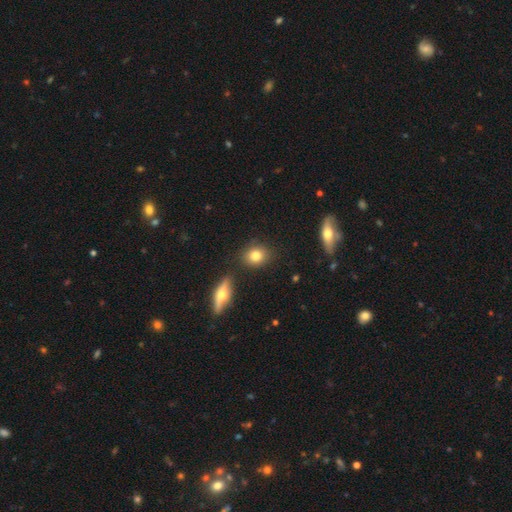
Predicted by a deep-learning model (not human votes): The model was most divided on "how rounded": round: 63%, in between: 34%, cigar-shaped: 2%. More confident: merging — none (82%); smooth or featured — smooth (79%).